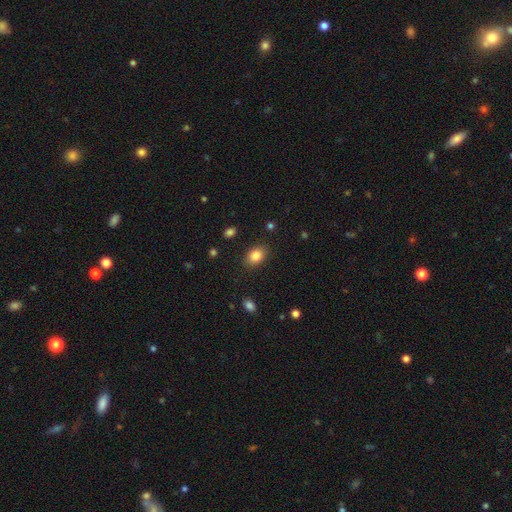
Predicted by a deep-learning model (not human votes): Smooth or featured? Predicted: smooth (p=0.85). How rounded? Predicted: in between (p=0.76). Merging? Predicted: none (p=0.86).